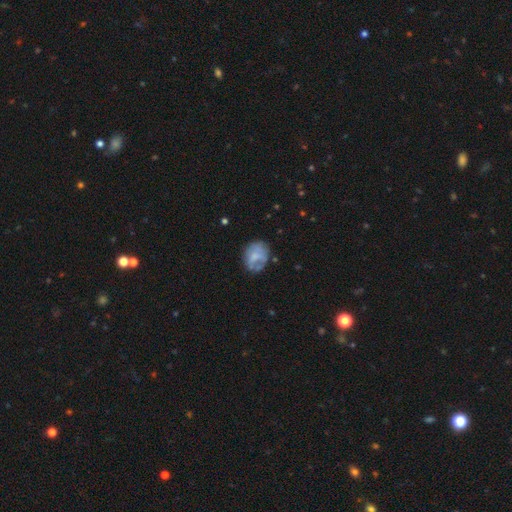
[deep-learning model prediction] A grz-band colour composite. It shows a smooth galaxy with no disk features (56%) that is round (50%). Merging: none (58%).